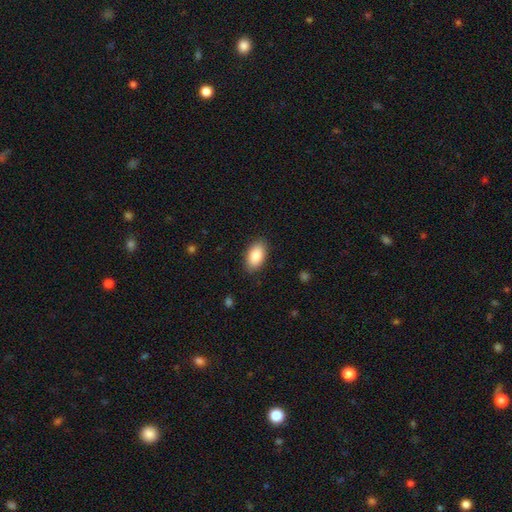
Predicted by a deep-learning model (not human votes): This is clearly a smooth galaxy (88%). How rounded: clearly in between (94%). Merging: clearly none (88%).